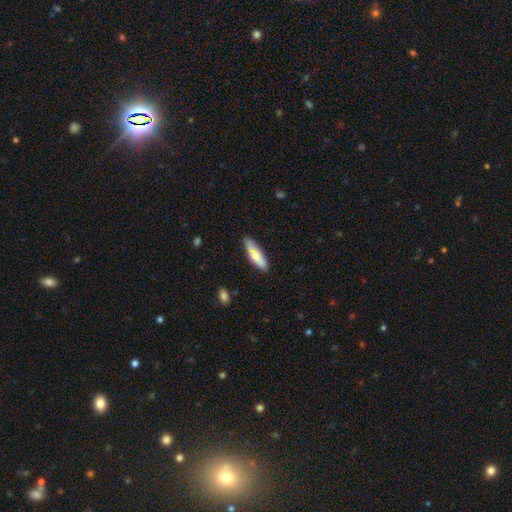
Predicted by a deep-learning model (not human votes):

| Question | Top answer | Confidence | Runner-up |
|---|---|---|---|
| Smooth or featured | smooth | 74% | featured or disk (20%) |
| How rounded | cigar-shaped | 53% | in between (46%) |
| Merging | none | 76% | minor disturbance (18%) |